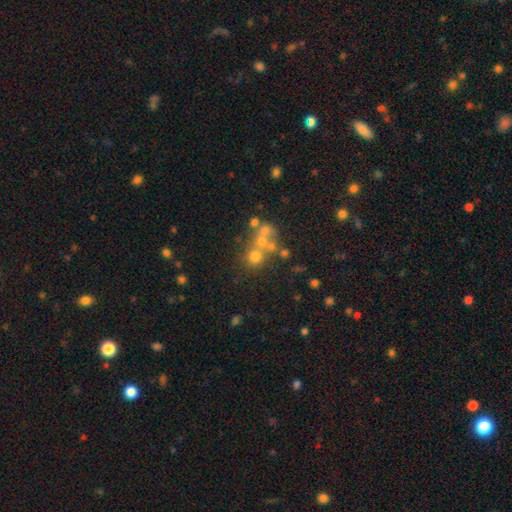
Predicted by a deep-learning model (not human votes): Smooth or featured? smooth (48%)
Merging? none (46%)